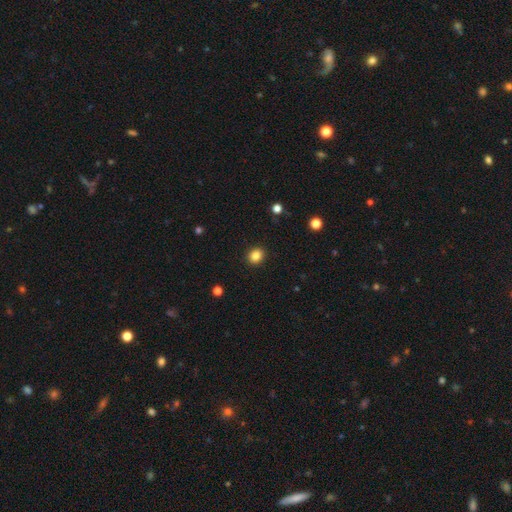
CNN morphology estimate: Smooth or featured: smooth — 84% (star or artifact — 11%)
How rounded: round — 75% (in between — 24%)
Merging: none — 92% (minor disturbance — 6%)